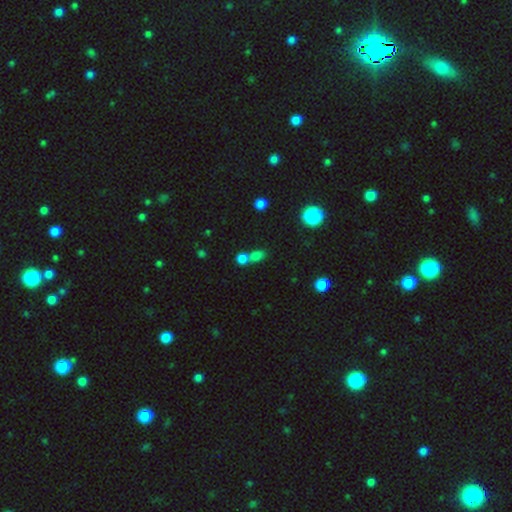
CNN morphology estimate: Smooth or featured? smooth (75%)
How rounded? in between (51%)
Merging? merger (58%)